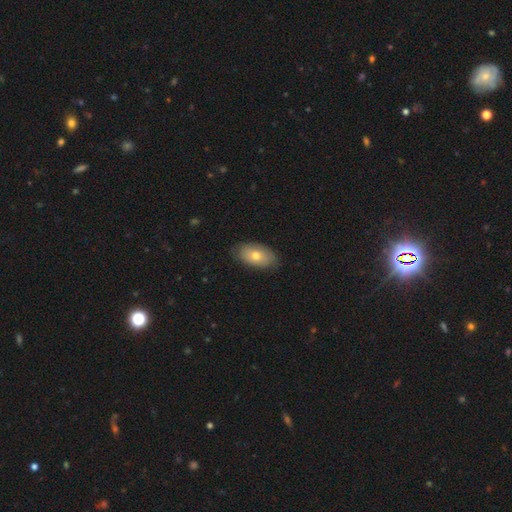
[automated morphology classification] Smooth or featured?
  - smooth: 71% *
  - featured or disk: 23%
  - star or artifact: 7%
How rounded?
  - in between: 93% *
  - round: 5%
  - cigar-shaped: 2%
Merging?
  - none: 83% *
  - minor disturbance: 14%
  - major disturbance: 3%
  - merger: 1%